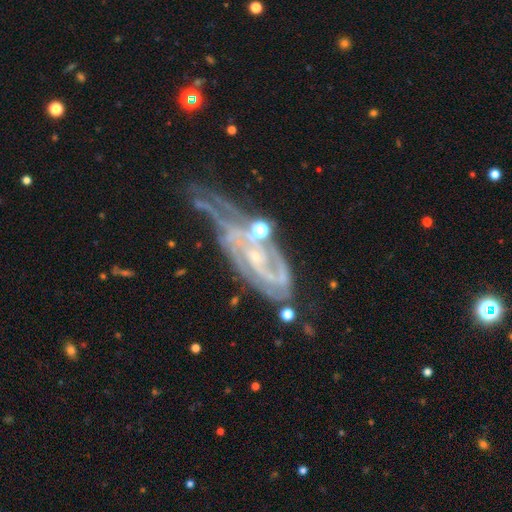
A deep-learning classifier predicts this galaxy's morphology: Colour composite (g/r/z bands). It shows a featured or disk galaxy (85%) with no bar (50%), 2 (41%) tight (55%) spiral arms (94%) and a small central bulge (74%). Merging: none (34%).